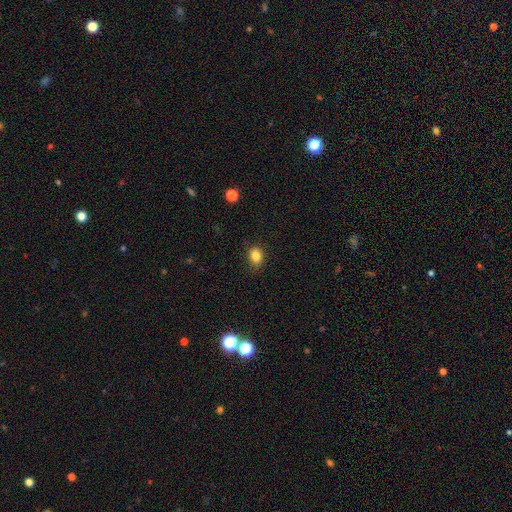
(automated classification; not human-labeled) Smooth or featured? smooth (85%)
How rounded? in between (57%)
Merging? none (84%)